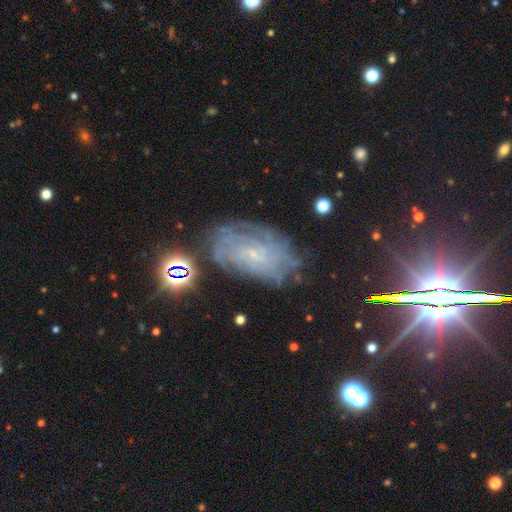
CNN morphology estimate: smooth-or-featured: featured or disk: 59% | smooth: 20% | star or artifact: 20%
  disk-edge-on: no: 93% | yes: 7%
    bar: no: 67% | weak: 26% | strong: 6%
    has-spiral-arms: yes: 82% | no: 18%
    bulge-size: small: 80% | moderate: 11% | none: 6% | large: 1% | dominant: 1%
  merging: none: 73% | minor disturbance: 17% | major disturbance: 7% | merger: 3%